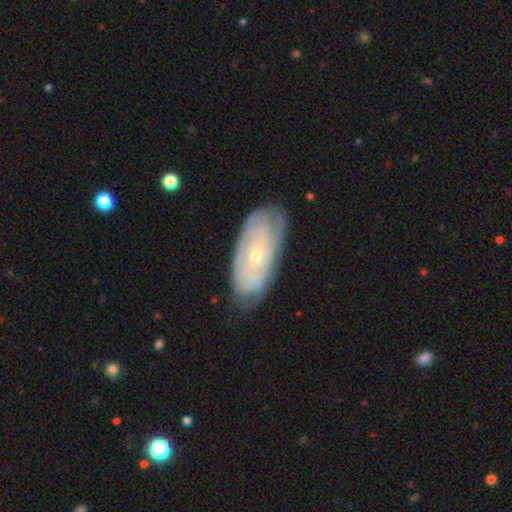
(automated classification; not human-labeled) Smooth or featured? Predicted: featured or disk (p=0.70). Edge-on disk? Predicted: no (p=0.91). Bar? Predicted: no (p=0.80). Spiral arms? Predicted: yes (p=0.75). Bulge size? Predicted: small (p=0.67). Merging? Predicted: none (p=0.71).